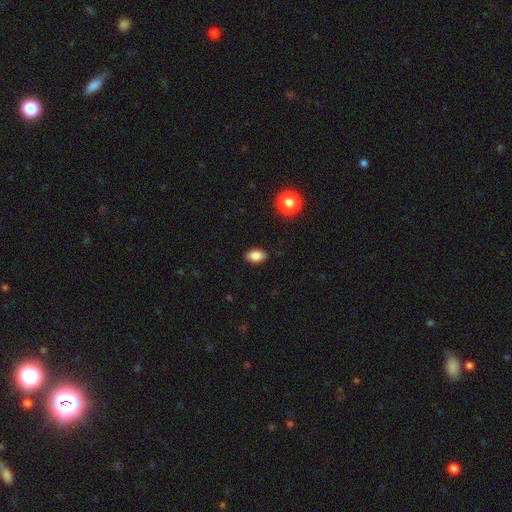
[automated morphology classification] The model was most divided on "smooth or featured": smooth: 85%, star or artifact: 10%, featured or disk: 5%. More confident: merging — none (89%); how rounded — in between (88%).